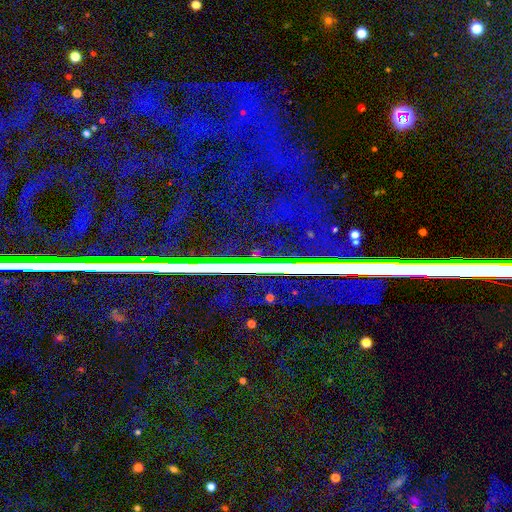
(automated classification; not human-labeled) Smooth or featured? Predicted: star or artifact (p=0.76).